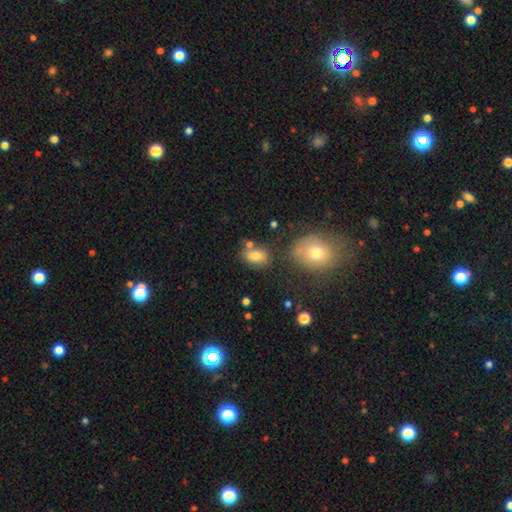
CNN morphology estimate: Smooth or featured? Predicted: smooth (p=0.76). How rounded? Predicted: in between (p=0.76). Merging? Predicted: none (p=0.67).